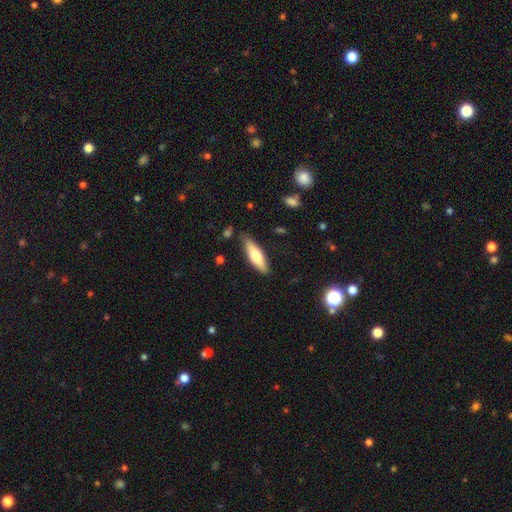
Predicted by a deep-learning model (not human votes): smooth_or_featured: smooth (p=0.63) [alt: featured or disk p=0.32]
how_rounded: cigar-shaped (p=0.57) [alt: in between p=0.41]
merging: none (p=0.85) [alt: minor disturbance p=0.11]